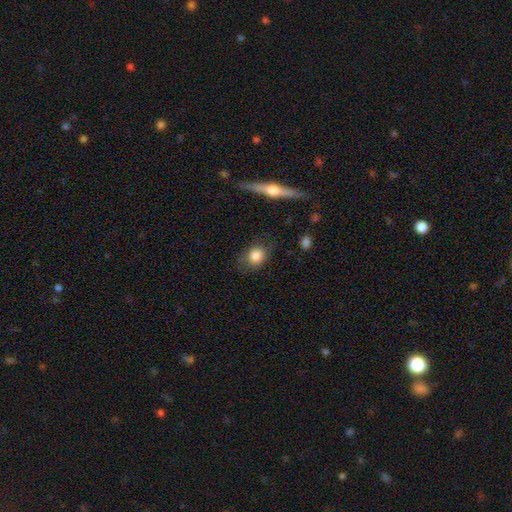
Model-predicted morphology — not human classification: A smooth galaxy with no disk features (83%) that is round (54%).

Vote fractions:
- Smooth or featured? smooth: 83% / featured or disk: 9% / star or artifact: 8%
- How rounded? round: 54% / in between: 44% / cigar-shaped: 2%
- Merging? none: 75% / minor disturbance: 17% / major disturbance: 5% / merger: 2%